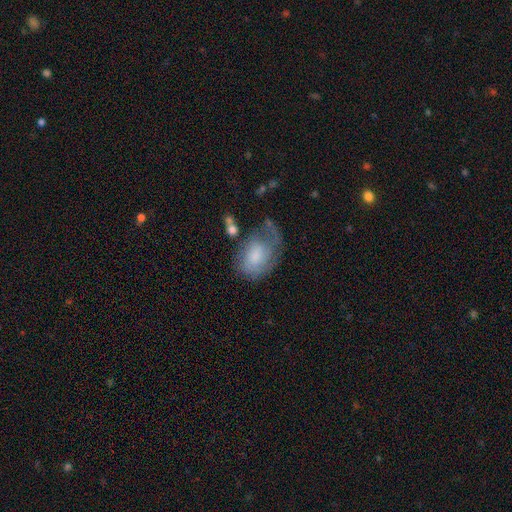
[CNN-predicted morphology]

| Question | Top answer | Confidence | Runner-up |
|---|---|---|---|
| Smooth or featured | featured or disk | 49% | smooth (43%) |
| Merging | none | 37% | major disturbance (30%) |